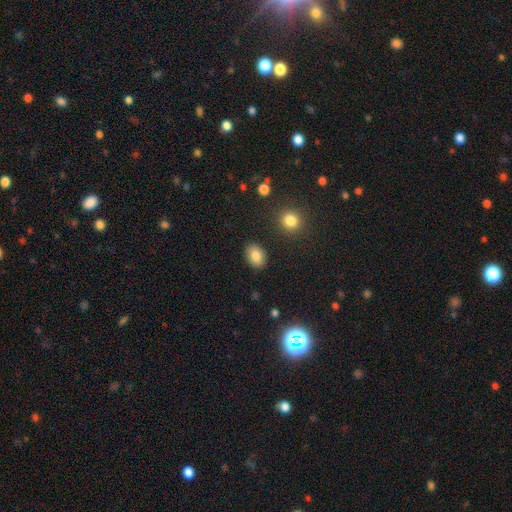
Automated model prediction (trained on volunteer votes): This is clearly a smooth galaxy (83%). How rounded: likely in between (69%). Merging: clearly none (88%).